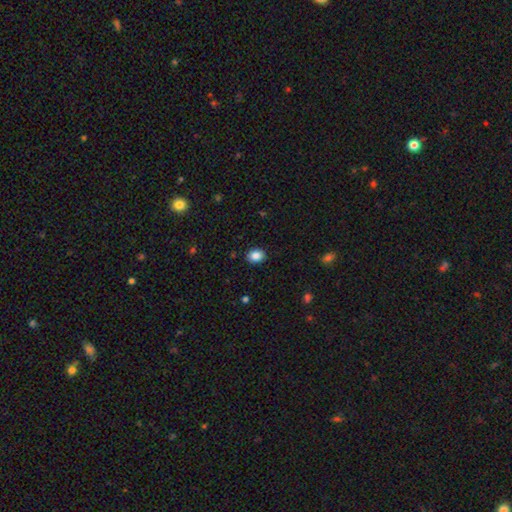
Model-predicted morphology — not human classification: smooth_or_featured: smooth (p=0.87) [alt: star or artifact p=0.09]
how_rounded: in between (p=0.54) [alt: round p=0.45]
merging: none (p=0.90) [alt: minor disturbance p=0.07]